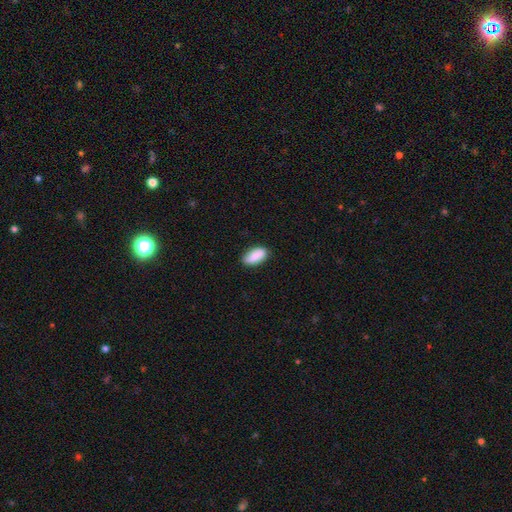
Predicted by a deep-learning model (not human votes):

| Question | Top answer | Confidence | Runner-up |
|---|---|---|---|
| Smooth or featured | smooth | 83% | featured or disk (10%) |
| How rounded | in between | 90% | cigar-shaped (7%) |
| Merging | none | 82% | minor disturbance (14%) |